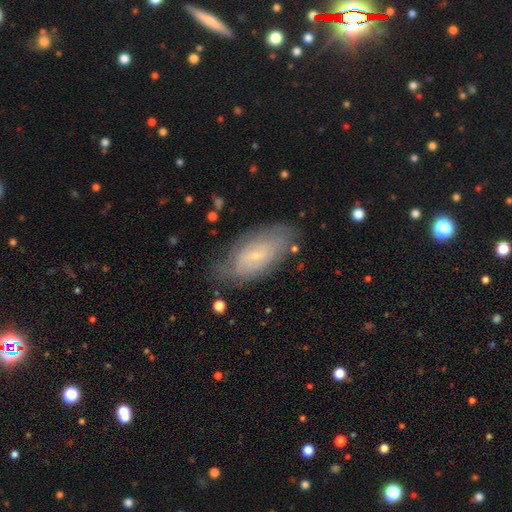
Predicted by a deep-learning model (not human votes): This is possibly a featured or disk galaxy (51%). It is clearly not viewed edge-on (87%). Merging: likely none (68%).